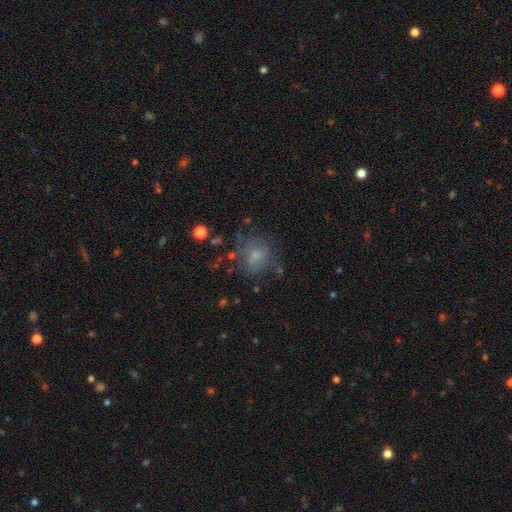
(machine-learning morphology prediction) This is possibly a smooth galaxy (57%). How rounded: likely round (72%). Merging: possibly none (54%).